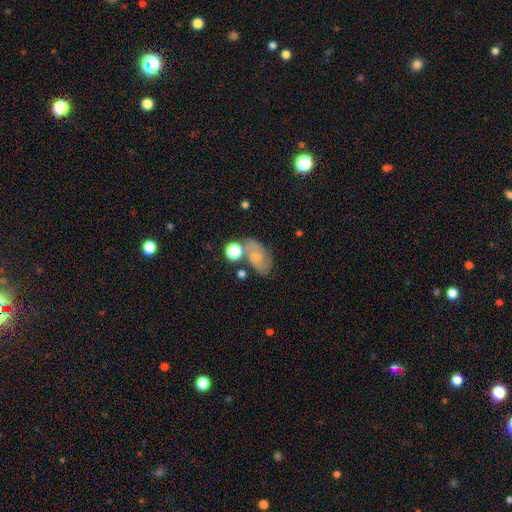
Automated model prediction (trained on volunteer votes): This appears to be a smooth galaxy with no disk features (52%) that is in between round and cigar-shaped (82%). Merging: none (52%).